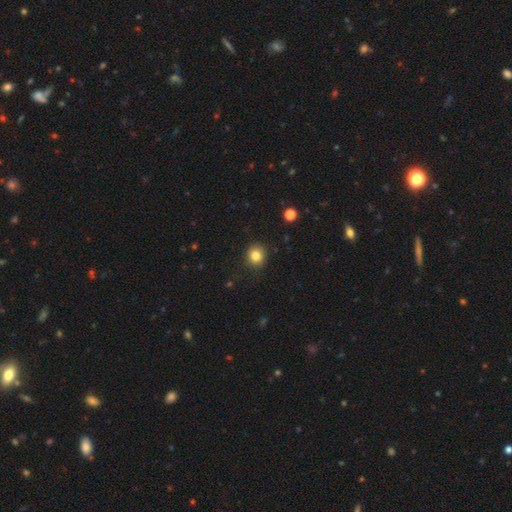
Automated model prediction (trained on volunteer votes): Smooth or featured? smooth (82%)
How rounded? round (87%)
Merging? none (89%)